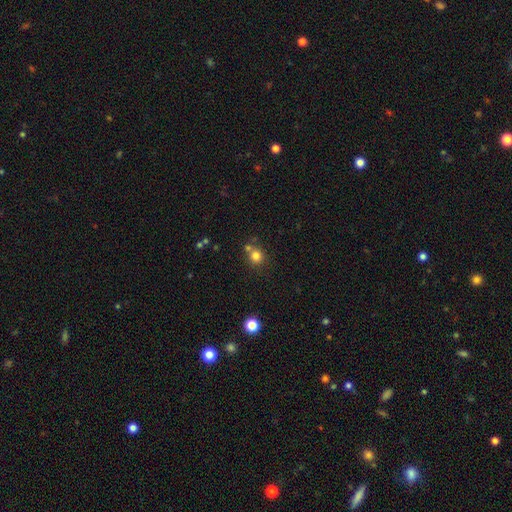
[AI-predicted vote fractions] Morphology: type=smooth (78%); roundness=round (88%); merging=none (64%).